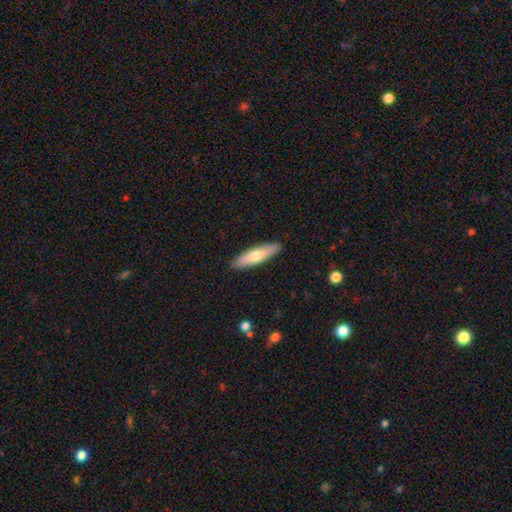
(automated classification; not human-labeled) Smooth or featured? smooth (65%)
How rounded? cigar-shaped (70%)
Merging? none (90%)